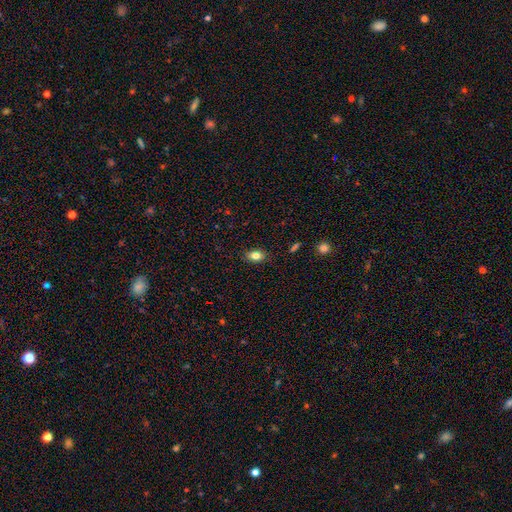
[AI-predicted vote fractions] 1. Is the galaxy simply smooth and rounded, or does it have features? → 82% smooth, 10% star or artifact, 9% featured or disk.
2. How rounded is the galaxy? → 81% in between, 17% round, 2% cigar-shaped.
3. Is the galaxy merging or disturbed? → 88% none, 9% minor disturbance, 2% major disturbance, 1% merger.